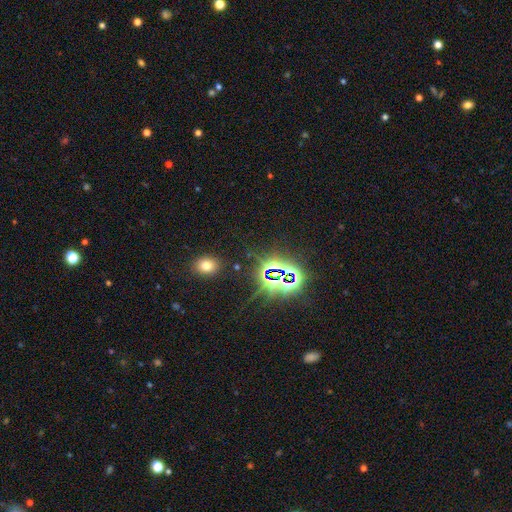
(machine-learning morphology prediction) Overall: star or artifact (76%).